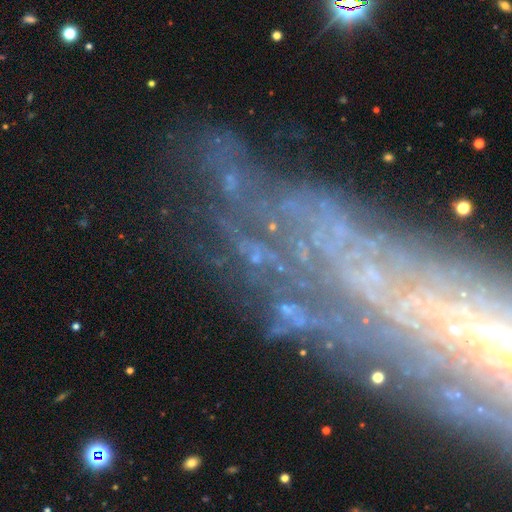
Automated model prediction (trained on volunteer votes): smooth_or_featured: featured or disk (p=0.47) [alt: star or artifact p=0.38]
merging: none (p=0.57) [alt: minor disturbance p=0.19]